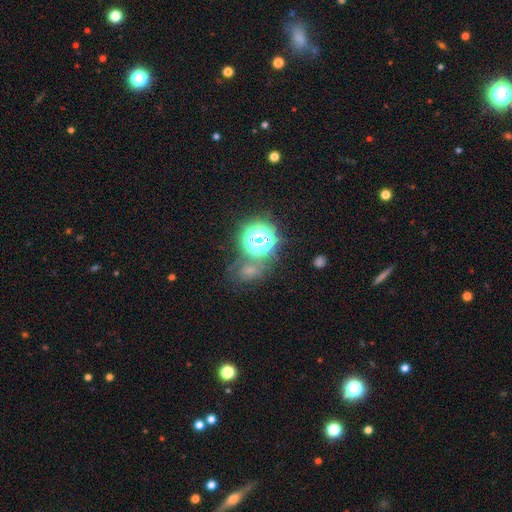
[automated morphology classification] A star or artifact, not a galaxy (66%).

Vote fractions:
- Smooth or featured? star or artifact: 66% / smooth: 25% / featured or disk: 9%